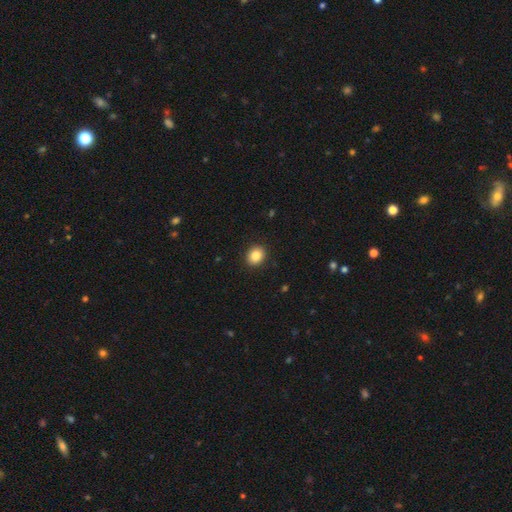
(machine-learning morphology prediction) This is clearly a smooth galaxy (86%). How rounded: likely round (62%). Merging: clearly none (91%).